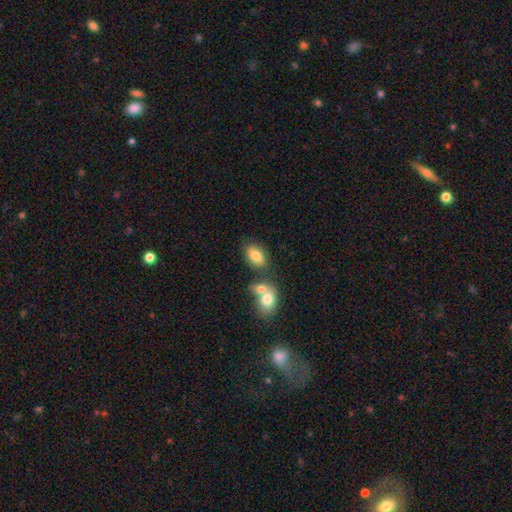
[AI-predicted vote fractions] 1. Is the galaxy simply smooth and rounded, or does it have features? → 80% smooth, 11% featured or disk, 8% star or artifact.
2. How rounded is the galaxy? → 89% in between, 9% round, 2% cigar-shaped.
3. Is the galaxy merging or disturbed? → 63% none, 21% merger, 12% minor disturbance, 4% major disturbance.